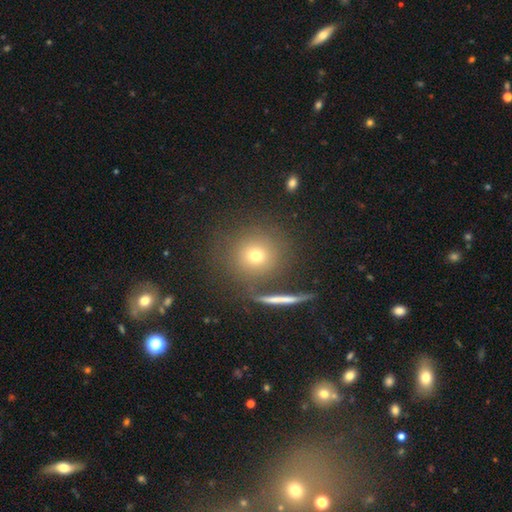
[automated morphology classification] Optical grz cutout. It shows a smooth galaxy with no disk features (68%) that is round (92%). Merging: none (82%).